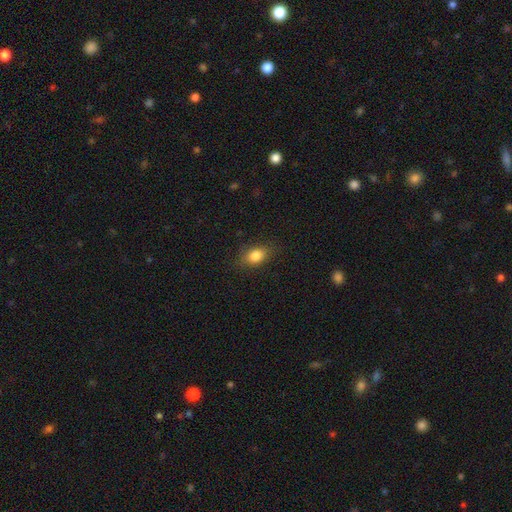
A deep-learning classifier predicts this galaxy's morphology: This appears to be a smooth galaxy with no disk features (83%) that is in between round and cigar-shaped (75%). Merging: none (82%).